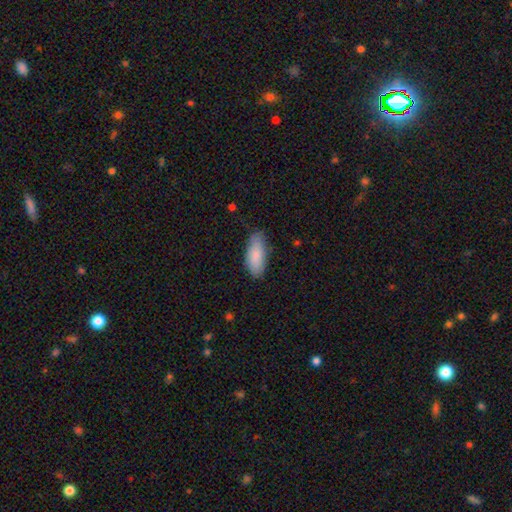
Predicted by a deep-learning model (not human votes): smooth-or-featured: smooth: 85% | featured or disk: 9% | star or artifact: 6%
  how-rounded: in between: 81% | cigar-shaped: 18% | round: 2%
  merging: none: 77% | minor disturbance: 19% | major disturbance: 3% | merger: 1%